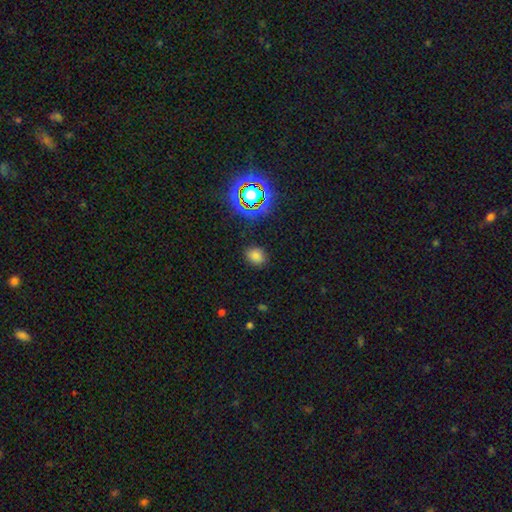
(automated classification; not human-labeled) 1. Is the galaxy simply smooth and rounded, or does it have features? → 72% smooth, 22% star or artifact, 7% featured or disk.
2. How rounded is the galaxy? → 51% round, 48% in between, 1% cigar-shaped.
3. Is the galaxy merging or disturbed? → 83% none, 12% minor disturbance, 3% major disturbance, 2% merger.